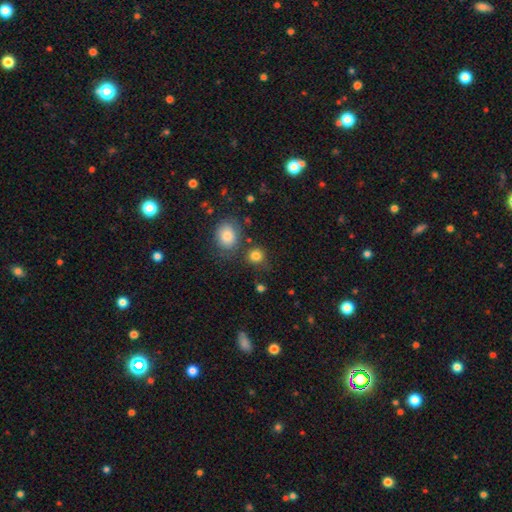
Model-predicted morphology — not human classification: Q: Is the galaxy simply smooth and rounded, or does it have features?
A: smooth — 82%.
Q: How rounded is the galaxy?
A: round — 84%.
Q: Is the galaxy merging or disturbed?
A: none — 72%.